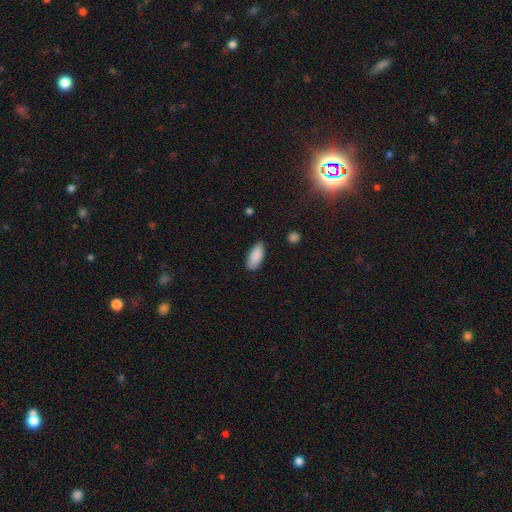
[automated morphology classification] The model was most divided on "merging": none: 83%, minor disturbance: 13%, major disturbance: 3%, merger: 1%. More confident: smooth or featured — smooth (89%); how rounded — in between (86%).